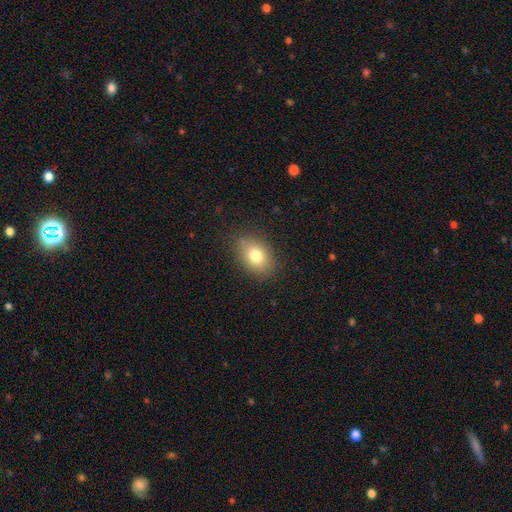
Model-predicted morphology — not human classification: Smooth or featured? smooth (78%)
How rounded? in between (74%)
Merging? none (82%)